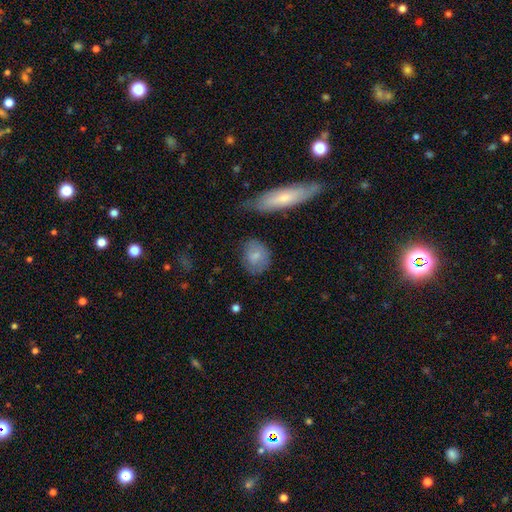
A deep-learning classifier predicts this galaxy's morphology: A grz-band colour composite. It shows a smooth galaxy with no disk features (79%) that is in between round and cigar-shaped (50%). Merging: none (69%).